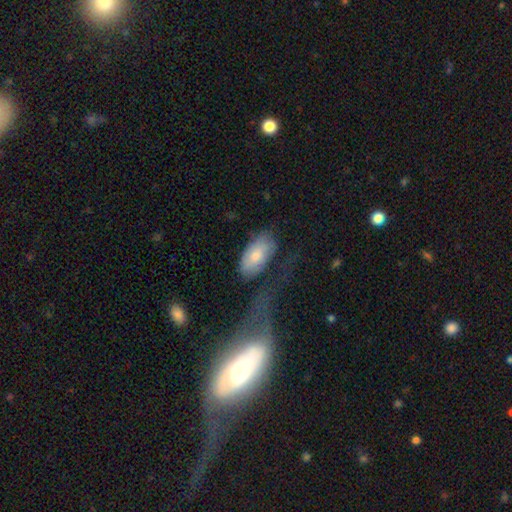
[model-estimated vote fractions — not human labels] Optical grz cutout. It shows a smooth galaxy with no disk features (70%) that is in between round and cigar-shaped (93%). Merging: none (43%).